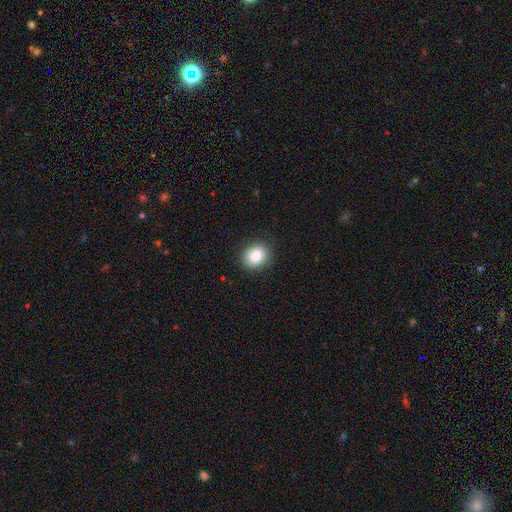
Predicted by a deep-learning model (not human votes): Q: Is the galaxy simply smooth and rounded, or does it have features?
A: smooth — 85%.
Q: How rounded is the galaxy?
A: round — 58%.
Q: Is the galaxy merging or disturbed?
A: none — 87%.